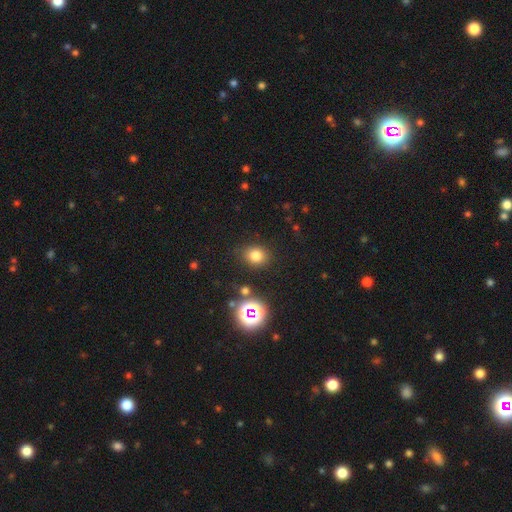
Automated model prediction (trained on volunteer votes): Smooth or featured? Predicted: smooth (p=0.75). How rounded? Predicted: round (p=0.66). Merging? Predicted: none (p=0.83).